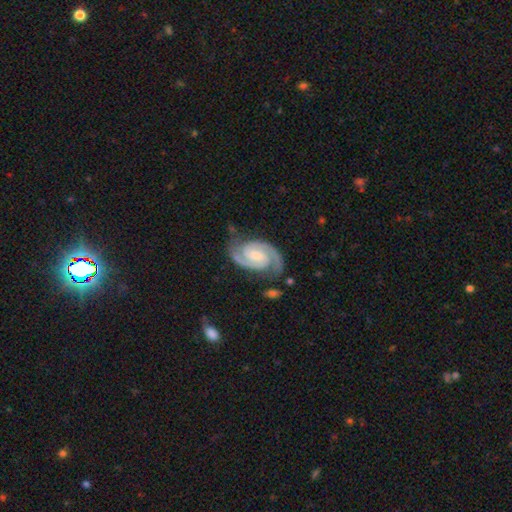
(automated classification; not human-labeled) featured or disk 93%, star or artifact 4%, smooth 3%. Down the decision tree: edge-on disk — no (98%); bar — no (45%); spiral arms — yes (99%); spiral arm count — 2 (94%); spiral winding — tight (53%); bulge size — small (42%); merging — none (79%).